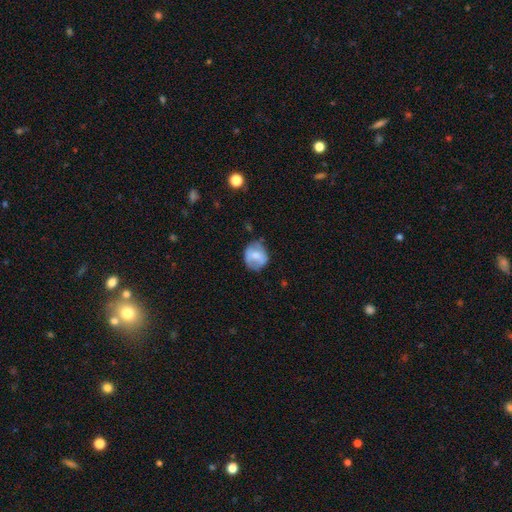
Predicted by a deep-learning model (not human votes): The model was most divided on "smooth or featured": smooth: 55%, featured or disk: 38%, star or artifact: 7%. More confident: how rounded — round (67%); merging — none (63%).